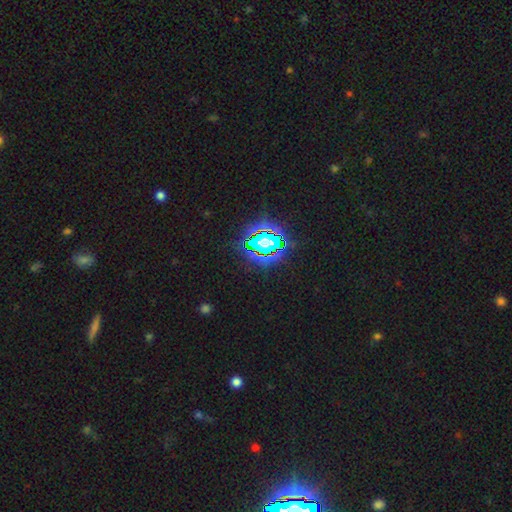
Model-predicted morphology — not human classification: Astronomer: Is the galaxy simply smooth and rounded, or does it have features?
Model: star or artifact — 82%.